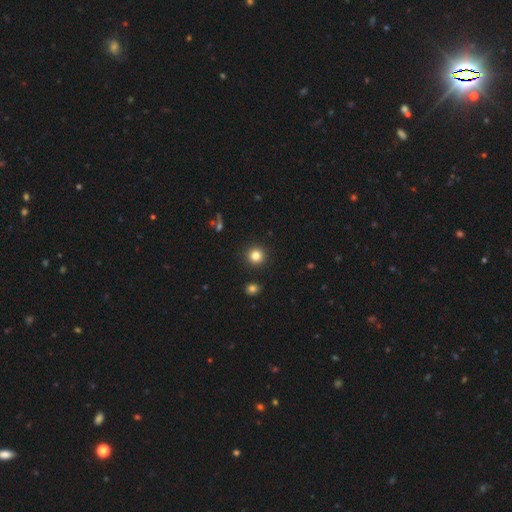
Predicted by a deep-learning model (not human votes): A smooth galaxy with no disk features (83%) that is round (93%). Merging: none (92%).